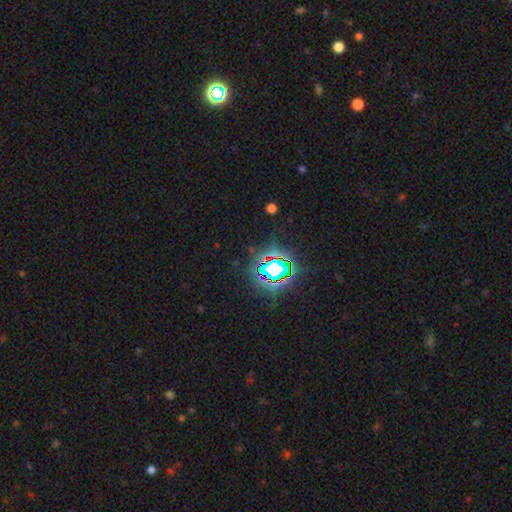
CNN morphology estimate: smooth-or-featured: star or artifact: 82% | smooth: 12% | featured or disk: 7%